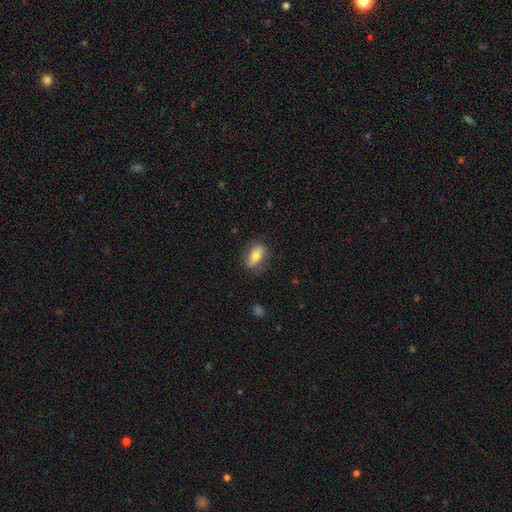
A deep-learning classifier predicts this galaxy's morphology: This is likely a smooth galaxy (61%). How rounded: clearly in between (82%). Merging: likely none (75%).